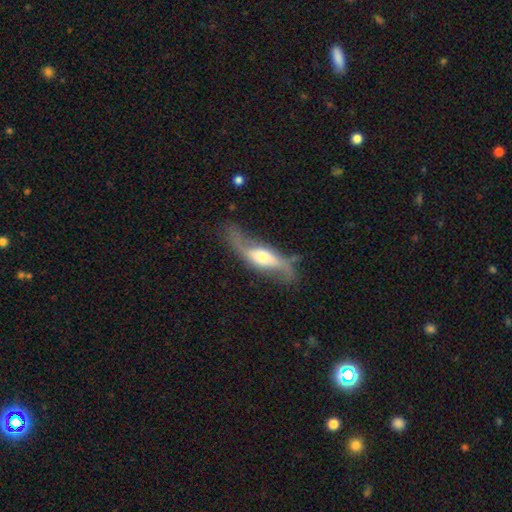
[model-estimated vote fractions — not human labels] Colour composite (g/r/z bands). It shows a featured or disk galaxy (81%) with no bar (45%), 2 (90%) loose (72%) spiral arms (92%) and a moderate central bulge (63%). Merging: none (68%).